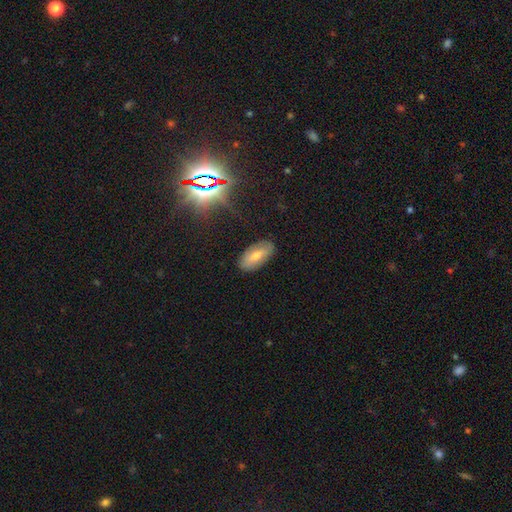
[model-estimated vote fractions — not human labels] Overall: smooth (53%; featured or disk 32%). How rounded: in between (90%). Merging: none (84%).